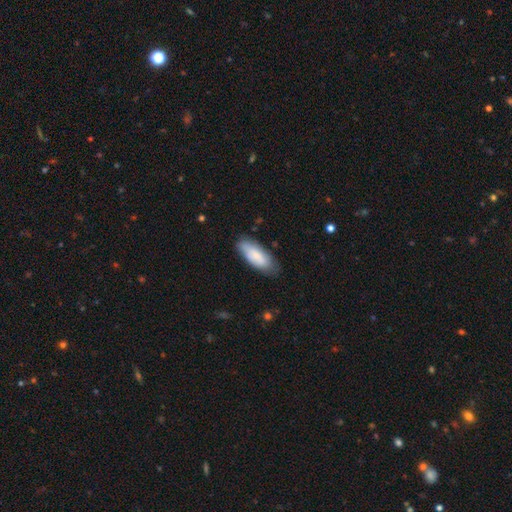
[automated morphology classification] The model was most divided on "merging": none: 72%, minor disturbance: 22%, major disturbance: 4%, merger: 2%. More confident: how rounded — in between (80%); smooth or featured — smooth (78%).